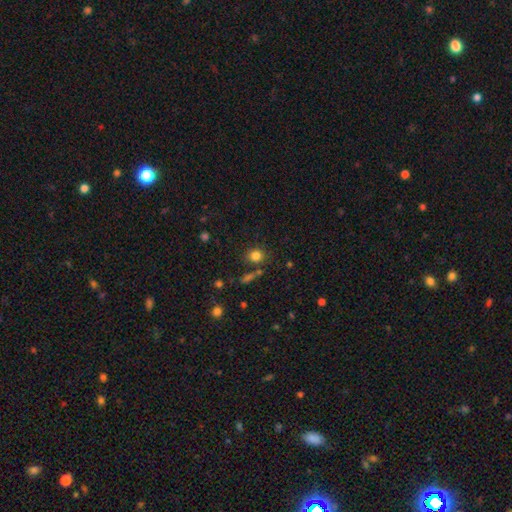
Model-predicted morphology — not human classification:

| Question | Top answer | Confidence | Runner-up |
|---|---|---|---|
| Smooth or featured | smooth | 80% | star or artifact (14%) |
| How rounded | round | 76% | in between (23%) |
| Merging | none | 74% | minor disturbance (12%) |